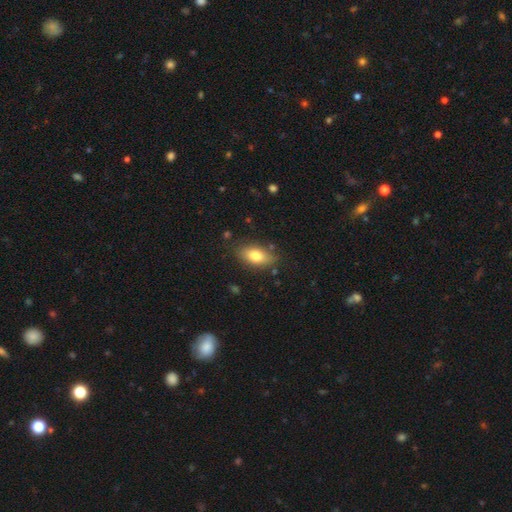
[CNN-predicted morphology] type=smooth (79%); roundness=in between (87%); merging=none (79%).